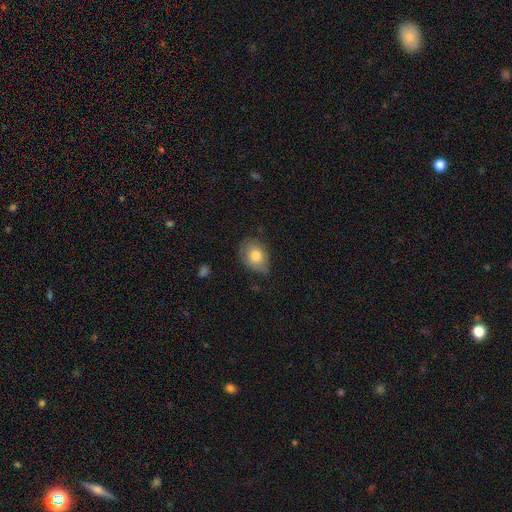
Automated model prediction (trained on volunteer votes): This appears to be a smooth galaxy with no disk features (77%) that is in between round and cigar-shaped (60%). Merging: none (59%).